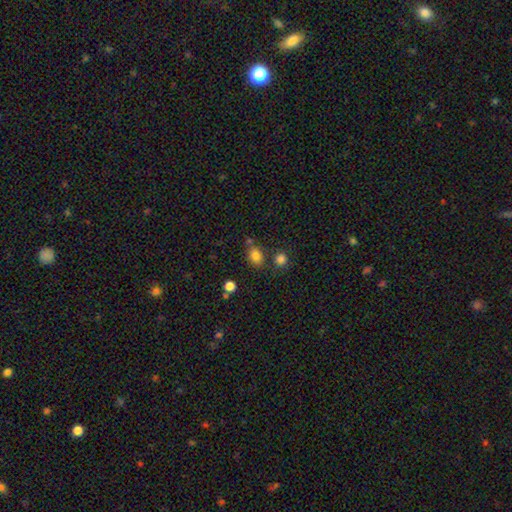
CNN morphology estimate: Overall: smooth (81%). How rounded: in between (55%; round 44%). Merging: none (69%).